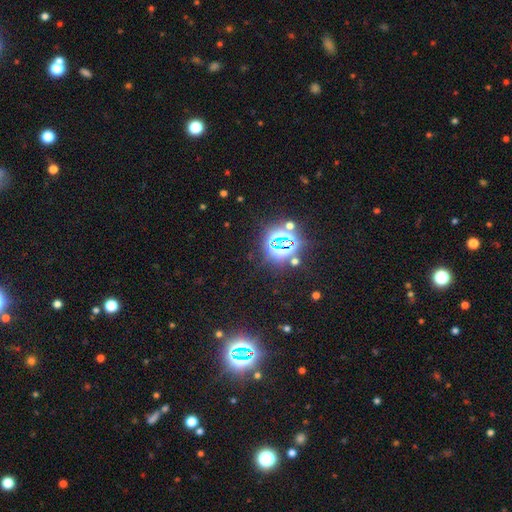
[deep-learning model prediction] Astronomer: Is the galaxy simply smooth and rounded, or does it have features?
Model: star or artifact — 84%.